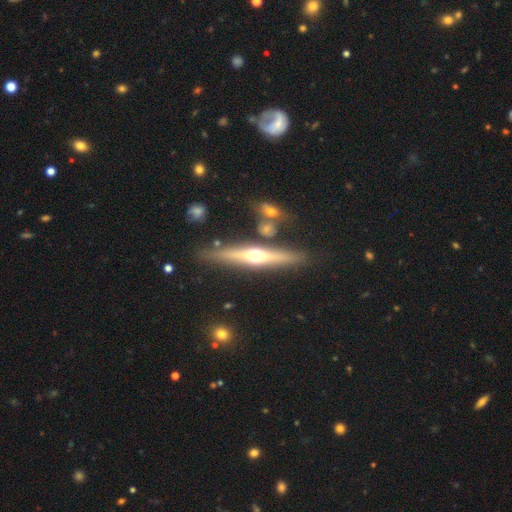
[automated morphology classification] A featured or disk galaxy (67%) viewed edge-on (95%) with a rounded central bulge (93%).

Vote fractions:
- Smooth or featured? featured or disk: 67% / smooth: 26% / star or artifact: 7%
- Edge-on disk? yes: 95% / no: 5%
- Edge-on bulge? rounded: 93% / none: 3% / boxy: 3%
- Merging? none: 82% / minor disturbance: 10% / merger: 6% / major disturbance: 3%